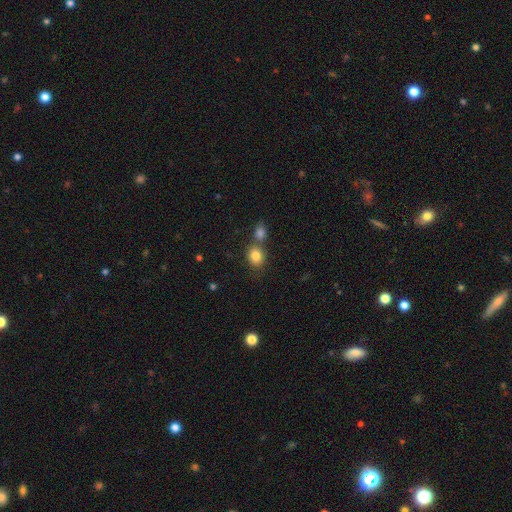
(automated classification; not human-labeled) Smooth or featured: smooth — 82% (star or artifact — 10%)
How rounded: round — 60% (in between — 39%)
Merging: none — 54% (merger — 33%)